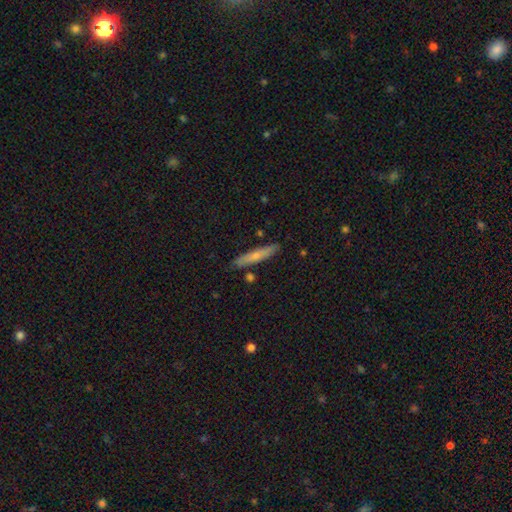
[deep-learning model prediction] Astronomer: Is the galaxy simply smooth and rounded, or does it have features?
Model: smooth — 58% (runner-up: featured or disk, 36%).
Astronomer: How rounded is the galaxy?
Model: cigar-shaped — 90%.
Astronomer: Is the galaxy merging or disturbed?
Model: none — 85%.